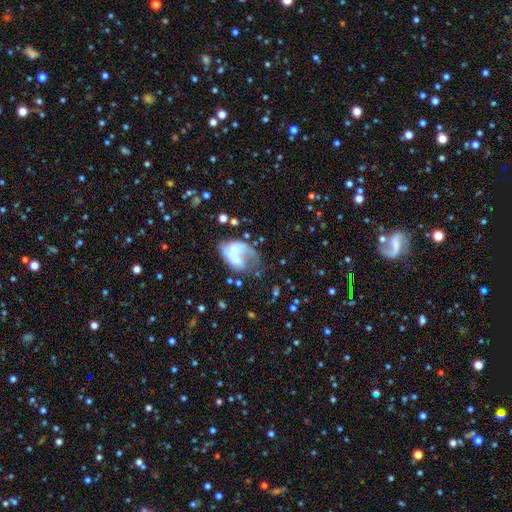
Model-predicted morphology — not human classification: Smooth or featured?
  - featured or disk: 56% *
  - smooth: 24%
  - star or artifact: 20%
Edge-on disk?
  - no: 96% *
  - yes: 4%
Bar?
  - no: 61% *
  - weak: 28%
  - strong: 11%
Spiral arms?
  - yes: 70% *
  - no: 30%
Bulge size?
  - small: 35% *
  - moderate: 27%
  - none: 27%
  - large: 8%
  - dominant: 4%
Merging?
  - none: 36% *
  - major disturbance: 35%
  - minor disturbance: 20%
  - merger: 10%